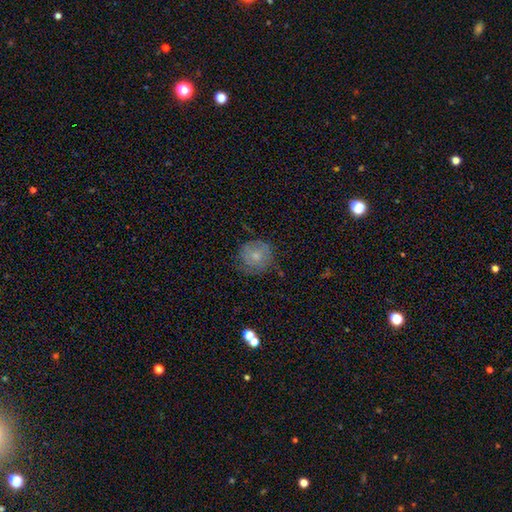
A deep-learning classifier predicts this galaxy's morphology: Smooth or featured?
  - smooth: 55% *
  - featured or disk: 35%
  - star or artifact: 10%
How rounded?
  - round: 88% *
  - in between: 11%
  - cigar-shaped: 1%
Merging?
  - none: 67% *
  - minor disturbance: 23%
  - major disturbance: 8%
  - merger: 2%